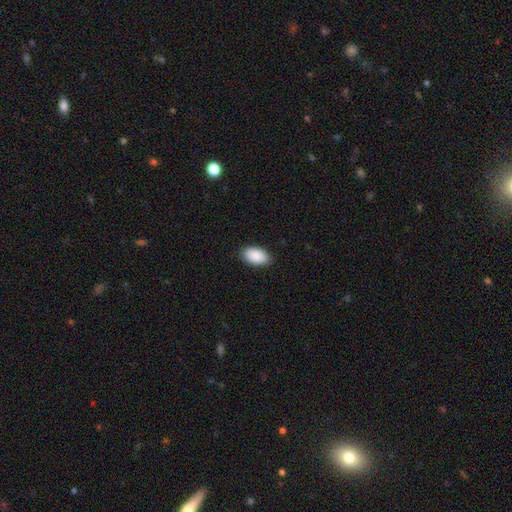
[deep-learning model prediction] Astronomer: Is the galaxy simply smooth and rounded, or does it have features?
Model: smooth — 90%.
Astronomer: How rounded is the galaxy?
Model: in between — 95%.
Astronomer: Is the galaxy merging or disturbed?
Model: none — 87%.